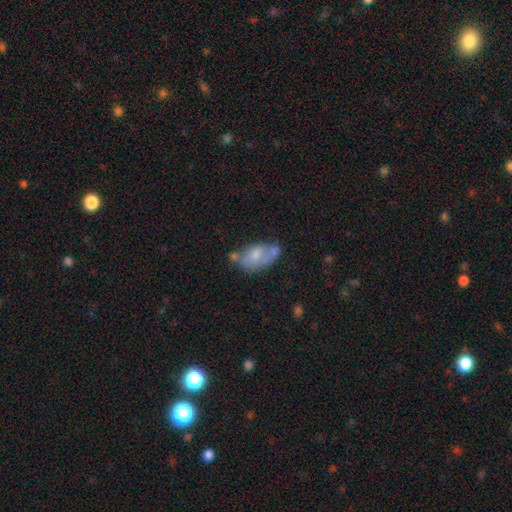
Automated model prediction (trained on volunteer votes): smooth_or_featured: smooth (p=0.55) [alt: featured or disk p=0.37]
how_rounded: in between (p=0.90) [alt: round p=0.08]
merging: merger (p=0.30) [alt: none p=0.28]